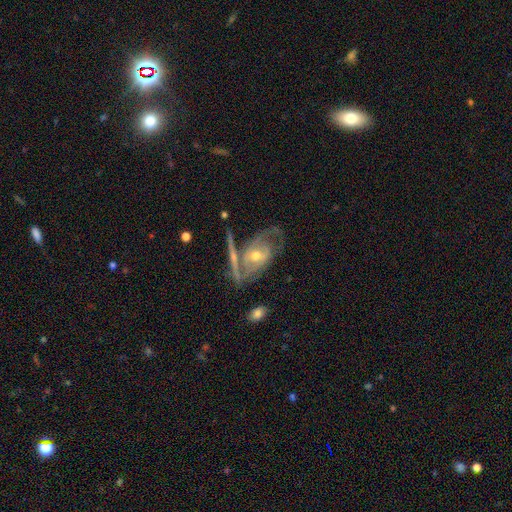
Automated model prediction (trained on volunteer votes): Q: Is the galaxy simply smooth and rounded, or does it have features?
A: featured or disk — 81%.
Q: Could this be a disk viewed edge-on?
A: no — 93%.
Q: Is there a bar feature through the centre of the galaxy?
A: no — 65%.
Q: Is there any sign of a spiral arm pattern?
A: yes — 87%.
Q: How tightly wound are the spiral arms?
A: tight — 50%.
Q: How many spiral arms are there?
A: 2 — 46%.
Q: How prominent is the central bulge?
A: moderate — 52%.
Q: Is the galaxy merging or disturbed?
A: none — 49%.